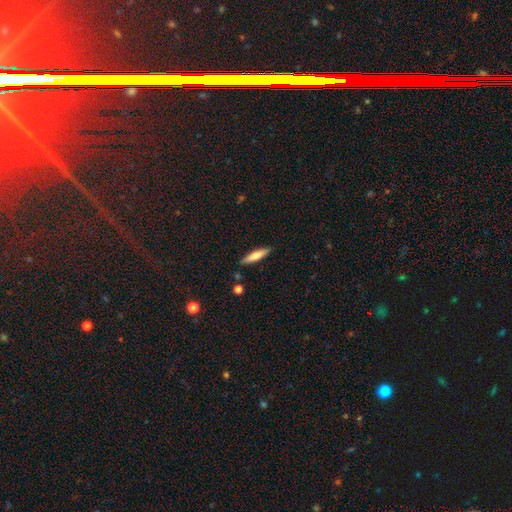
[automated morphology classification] A smooth galaxy with no disk features (68%) that is cigar-shaped (80%). Merging: none (88%).